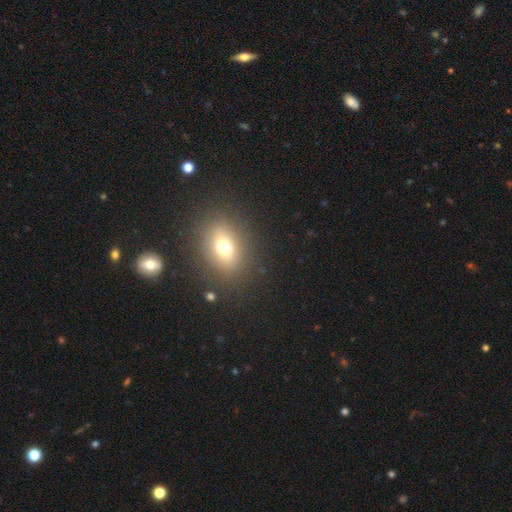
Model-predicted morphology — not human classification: Smooth or featured: smooth — 64% (star or artifact — 26%)
How rounded: in between — 63% (round — 34%)
Merging: none — 89% (minor disturbance — 6%)